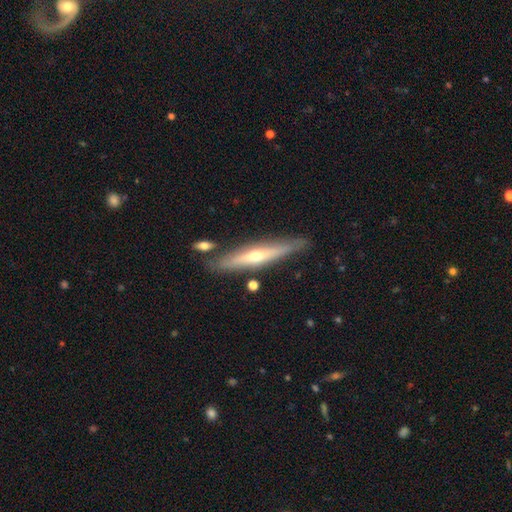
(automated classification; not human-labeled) smooth_or_featured: featured or disk (p=0.60) [alt: smooth p=0.34]
disk_edge_on: yes (p=0.90) [alt: no p=0.10]
edge_on_bulge: rounded (p=0.82) [alt: none p=0.15]
merging: none (p=0.80) [alt: minor disturbance p=0.12]